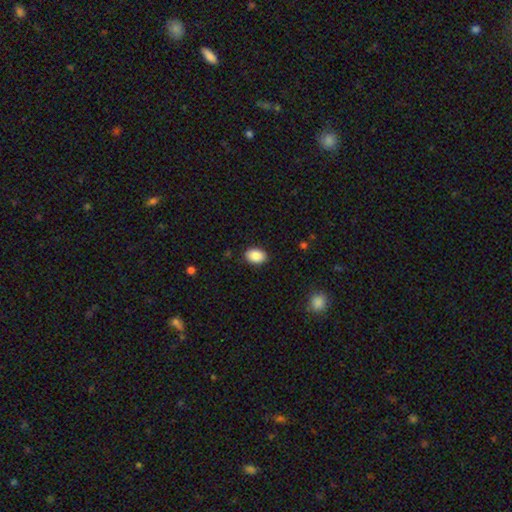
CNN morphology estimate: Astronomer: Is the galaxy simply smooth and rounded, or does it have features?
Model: smooth — 88%.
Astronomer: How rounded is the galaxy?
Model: in between — 81%.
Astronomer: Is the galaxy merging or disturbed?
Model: none — 88%.